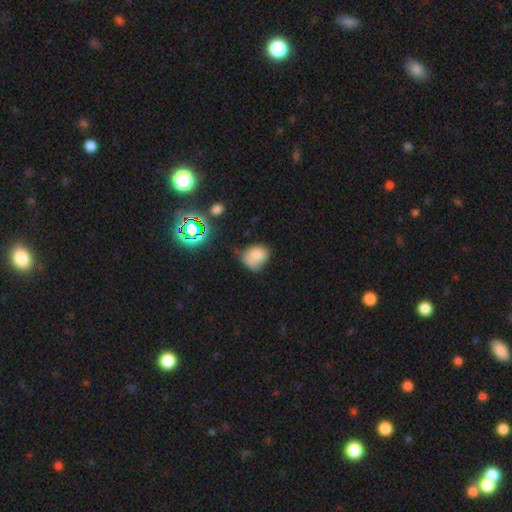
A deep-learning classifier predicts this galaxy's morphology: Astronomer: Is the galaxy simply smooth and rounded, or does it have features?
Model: smooth — 73%.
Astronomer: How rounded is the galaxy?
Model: round — 52% (runner-up: in between, 47%).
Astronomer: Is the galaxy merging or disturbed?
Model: none — 40% (runner-up: minor disturbance, 35%).